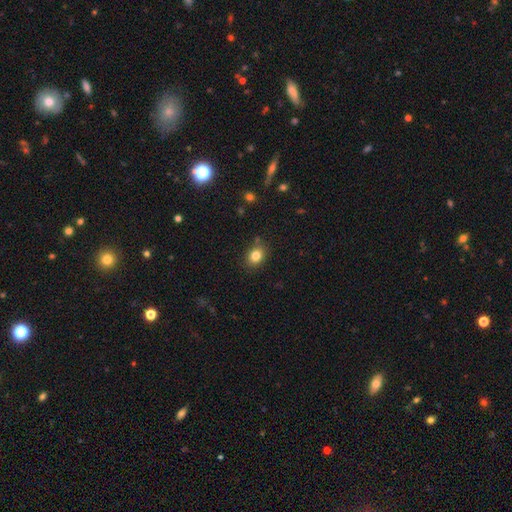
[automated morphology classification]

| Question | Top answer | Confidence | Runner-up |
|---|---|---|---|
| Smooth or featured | smooth | 82% | star or artifact (11%) |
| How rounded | in between | 52% | round (47%) |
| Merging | none | 83% | minor disturbance (12%) |